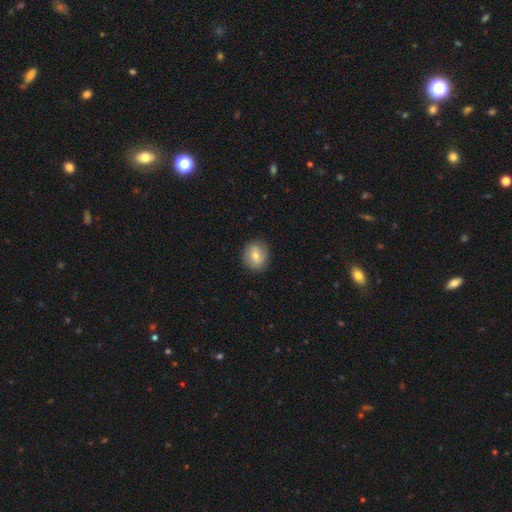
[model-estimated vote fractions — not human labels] This appears to be a smooth galaxy with no disk features (75%) that is round (80%). Merging: none (87%).